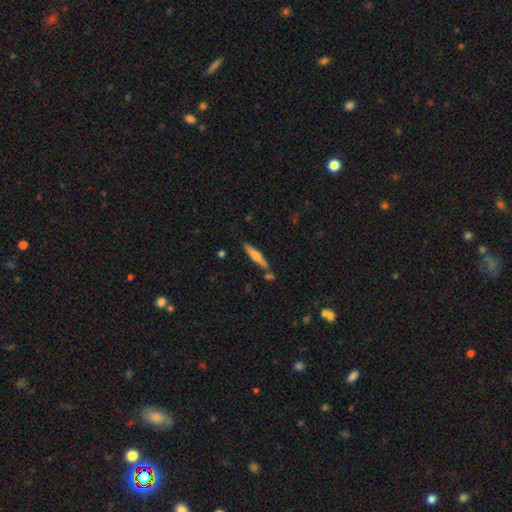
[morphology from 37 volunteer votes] Smooth or featured?
  - featured or disk: 57% *
  - smooth: 41%
  - star or artifact: 3%
Edge-on disk?
  - yes: 95% *
  - no: 5%
Edge-on bulge?
  - rounded: 90% *
  - boxy: 10%
  - none: 0%
Merging?
  - none: 69% *
  - minor disturbance: 14%
  - merger: 14%
  - major disturbance: 3%